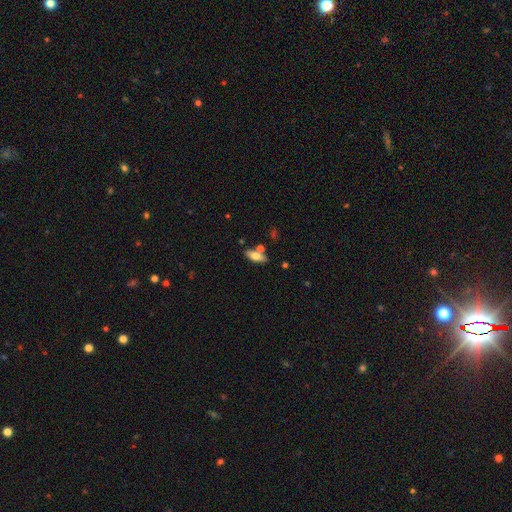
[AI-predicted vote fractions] A smooth galaxy with no disk features (70%) that is in between round and cigar-shaped (75%).

Vote fractions:
- Smooth or featured? smooth: 70% / featured or disk: 23% / star or artifact: 7%
- How rounded? in between: 75% / cigar-shaped: 22% / round: 3%
- Merging? none: 69% / minor disturbance: 14% / merger: 14% / major disturbance: 4%